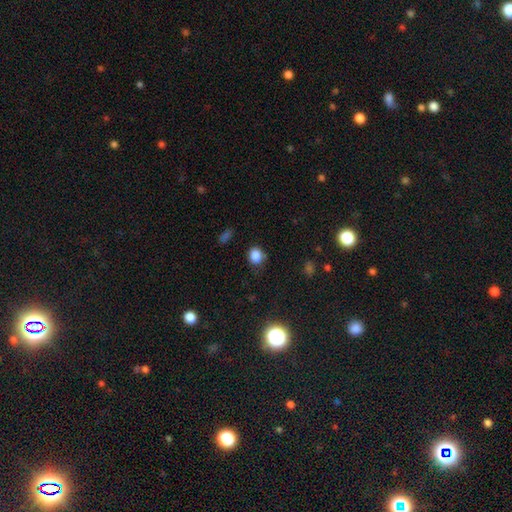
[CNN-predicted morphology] smooth_or_featured: smooth (p=0.84) [alt: star or artifact p=0.12]
how_rounded: round (p=0.67) [alt: in between p=0.32]
merging: none (p=0.78) [alt: minor disturbance p=0.16]